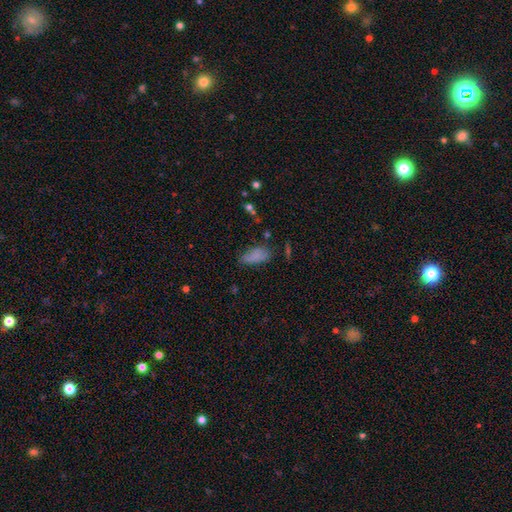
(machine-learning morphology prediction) Overall: smooth (79%). How rounded: in between (85%). Merging: none (56%; minor disturbance 29%).